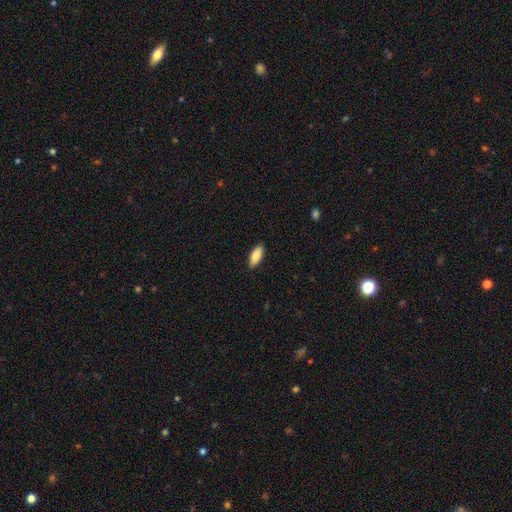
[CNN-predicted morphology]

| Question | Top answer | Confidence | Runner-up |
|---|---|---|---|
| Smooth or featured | smooth | 82% | featured or disk (12%) |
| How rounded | in between | 81% | cigar-shaped (17%) |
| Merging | none | 89% | minor disturbance (8%) |